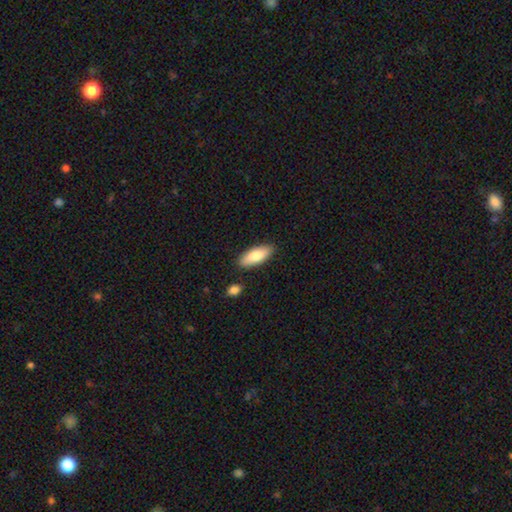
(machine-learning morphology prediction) This is clearly a smooth galaxy (80%). How rounded: likely in between (75%). Merging: clearly none (85%).